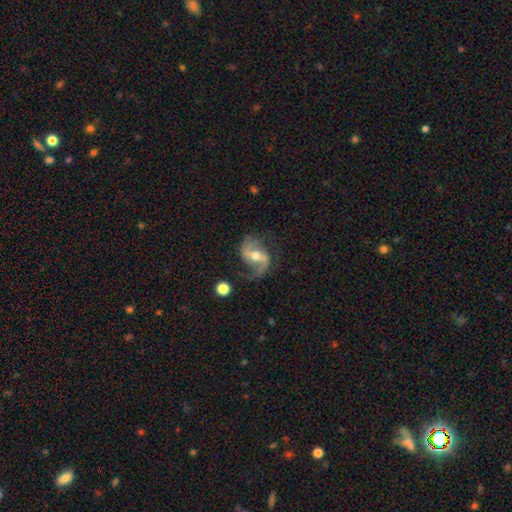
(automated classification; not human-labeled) Smooth or featured?
  - featured or disk: 89% *
  - smooth: 6%
  - star or artifact: 5%
Edge-on disk?
  - no: 97% *
  - yes: 3%
Bar?
  - weak: 44% *
  - strong: 35%
  - no: 22%
Spiral arms?
  - yes: 97% *
  - no: 3%
Spiral winding?
  - loose: 50% *
  - medium: 41%
  - tight: 9%
Spiral arm count?
  - 2: 90% *
  - 1: 5%
  - can't tell: 2%
  - 3: 1%
  - 4: 1%
  - more than 4: 1%
Bulge size?
  - moderate: 70% *
  - small: 22%
  - large: 5%
  - none: 1%
  - dominant: 1%
Merging?
  - none: 72% *
  - minor disturbance: 17%
  - major disturbance: 10%
  - merger: 2%